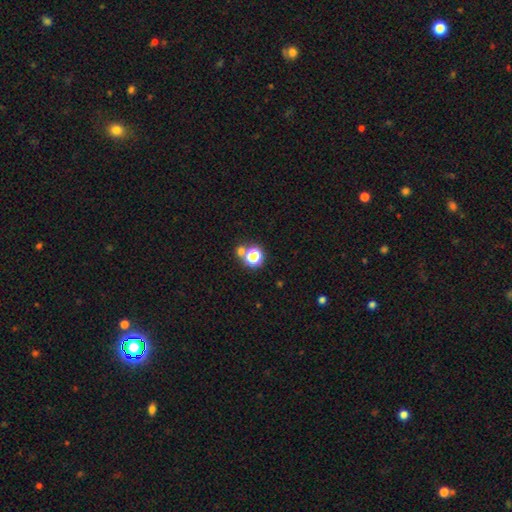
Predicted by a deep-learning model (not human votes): A smooth galaxy with no disk features (55%) that is round (86%). Merging: none (61%).